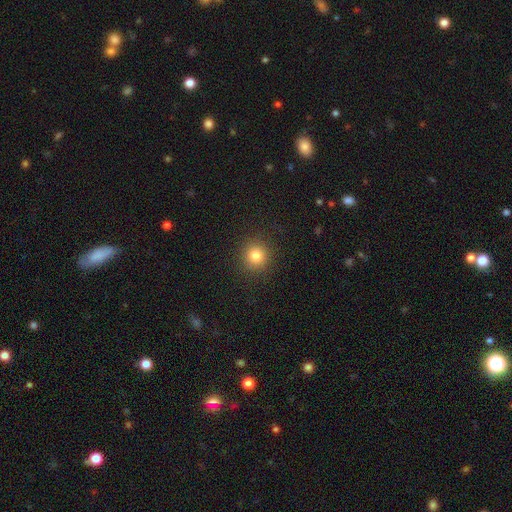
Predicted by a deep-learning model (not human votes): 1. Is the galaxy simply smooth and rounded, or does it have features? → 82% smooth, 12% star or artifact, 6% featured or disk.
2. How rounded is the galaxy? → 93% round, 6% in between, 1% cigar-shaped.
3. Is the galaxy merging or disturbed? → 91% none, 6% minor disturbance, 2% major disturbance, 1% merger.